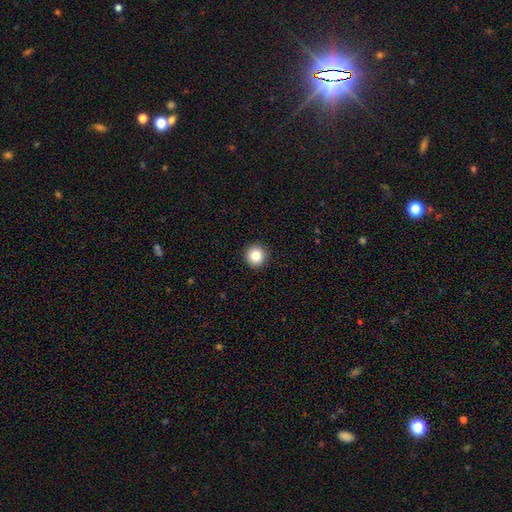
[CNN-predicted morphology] smooth_or_featured: smooth (p=0.84) [alt: star or artifact p=0.10]
how_rounded: round (p=0.95) [alt: in between p=0.04]
merging: none (p=0.93) [alt: minor disturbance p=0.04]